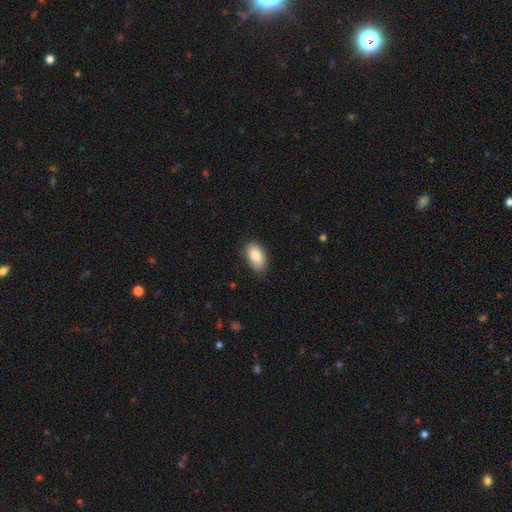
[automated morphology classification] smooth 87%, featured or disk 7%, star or artifact 7%. Down the decision tree: how rounded — in between (94%); merging — none (82%).